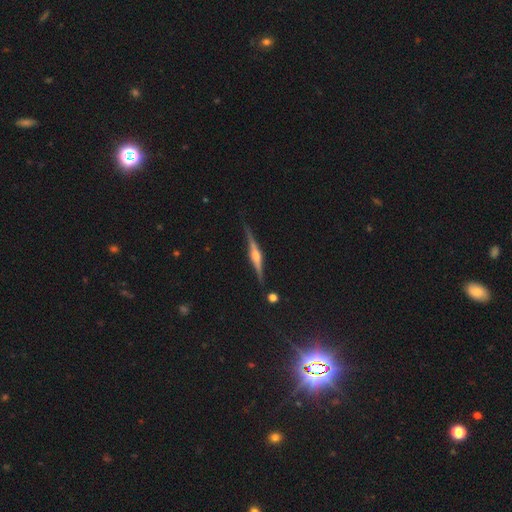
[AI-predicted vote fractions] featured or disk 81%, smooth 12%, star or artifact 7%. Down the decision tree: edge-on disk — yes (98%); edge-on bulge — rounded (84%); merging — none (87%).